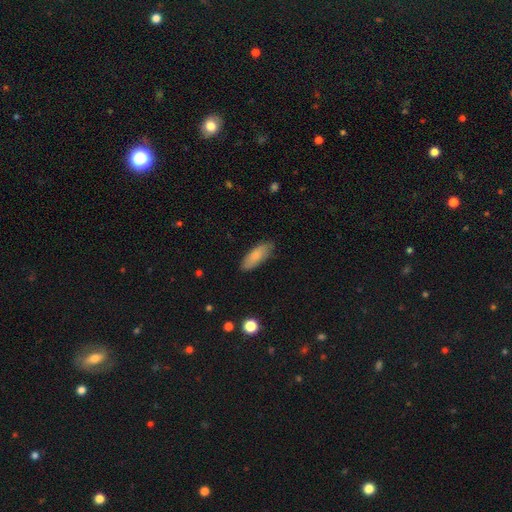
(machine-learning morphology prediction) The model was most divided on "how rounded": in between: 69%, cigar-shaped: 29%, round: 2%. More confident: merging — none (83%); smooth or featured — smooth (83%).